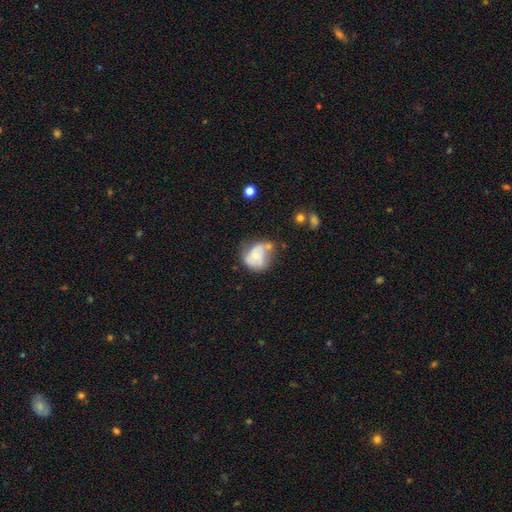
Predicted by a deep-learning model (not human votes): The model was most divided on "merging": minor disturbance: 33%, none: 31%, major disturbance: 20%, merger: 16%. Remaining: smooth or featured — smooth (50%).